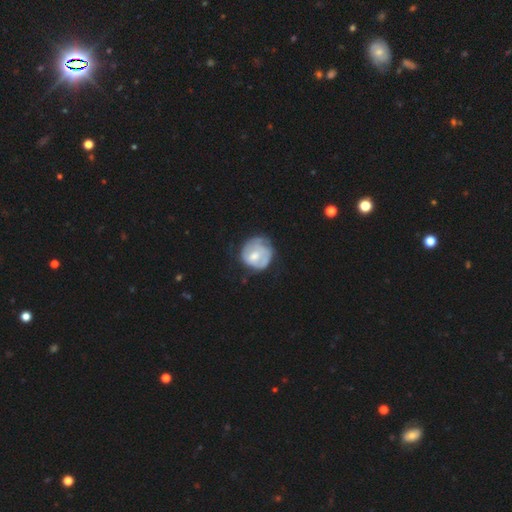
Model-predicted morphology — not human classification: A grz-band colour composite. It shows a smooth galaxy with no disk features (48%). Merging: none (51%).